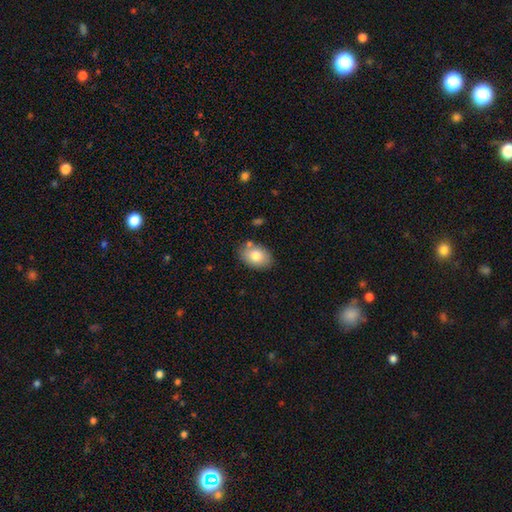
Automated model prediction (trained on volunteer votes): Morphology: type=smooth (80%); roundness=in between (81%); merging=none (78%).